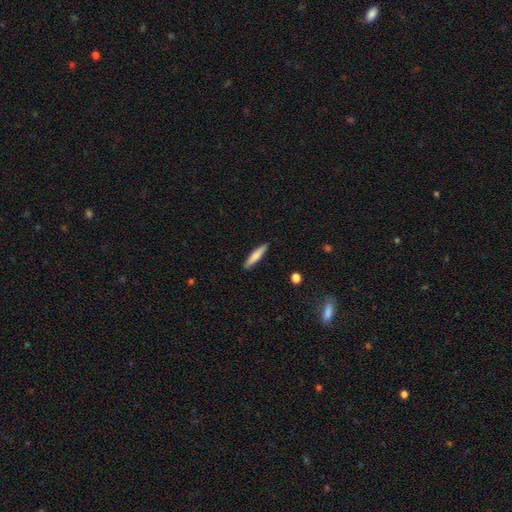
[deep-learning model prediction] Smooth or featured? Predicted: smooth (p=0.74). How rounded? Predicted: cigar-shaped (p=0.89). Merging? Predicted: none (p=0.90).